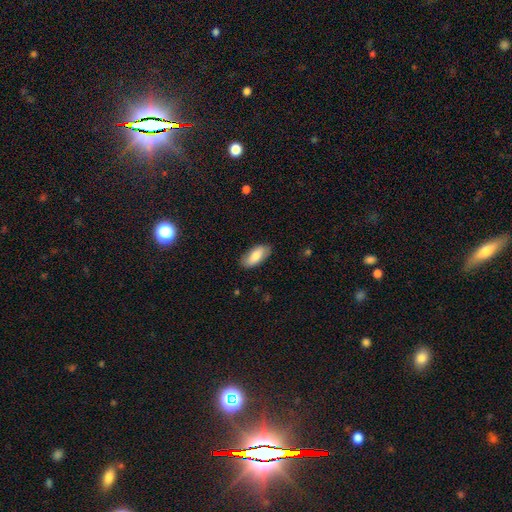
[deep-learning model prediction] Morphology: type=smooth (78%); roundness=in between (88%); merging=none (83%).